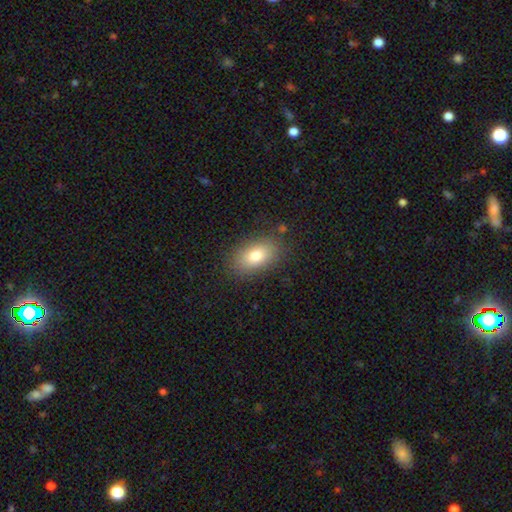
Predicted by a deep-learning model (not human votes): Overall: smooth (78%). How rounded: in between (87%). Merging: none (84%).